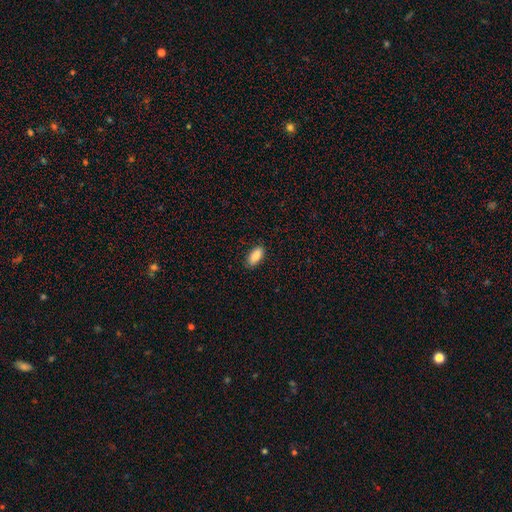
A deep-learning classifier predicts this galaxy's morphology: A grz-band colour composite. It shows a smooth galaxy with no disk features (87%) that is in between round and cigar-shaped (91%). Merging: none (87%).